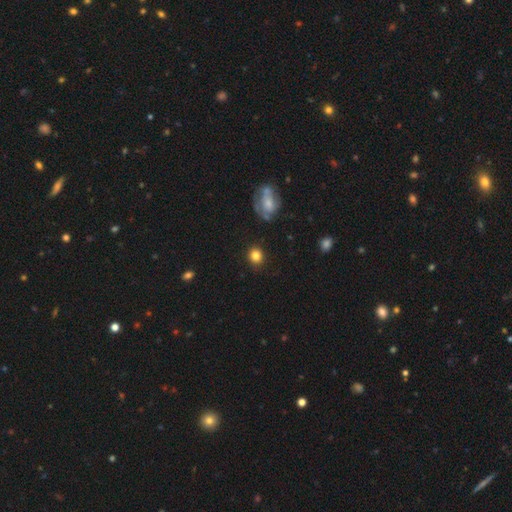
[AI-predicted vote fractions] smooth 83%, star or artifact 10%, featured or disk 7%. Down the decision tree: how rounded — round (82%); merging — none (86%).